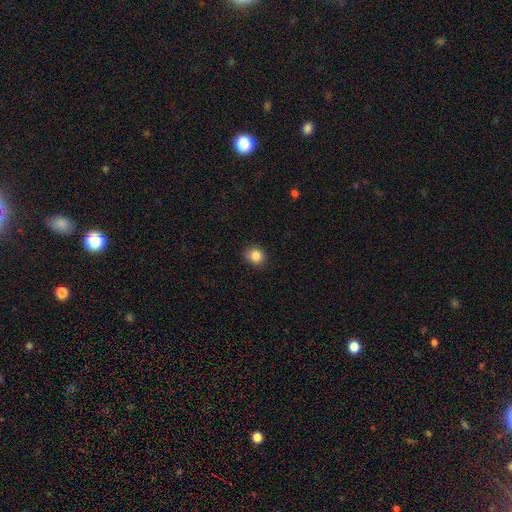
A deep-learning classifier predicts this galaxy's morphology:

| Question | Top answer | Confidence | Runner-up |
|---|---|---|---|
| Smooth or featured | smooth | 86% | star or artifact (10%) |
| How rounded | round | 80% | in between (19%) |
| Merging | none | 85% | minor disturbance (11%) |